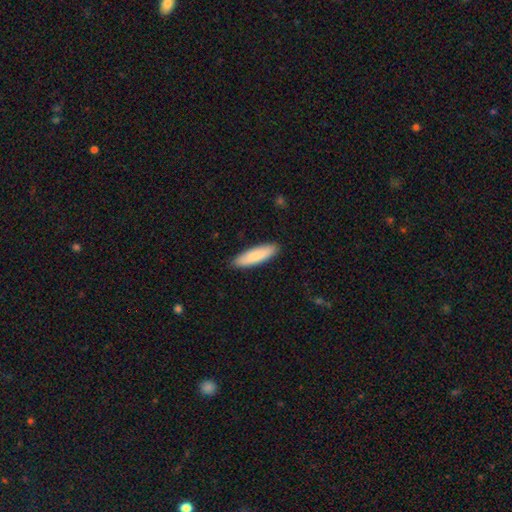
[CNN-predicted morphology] smooth 86%, featured or disk 9%, star or artifact 5%. Down the decision tree: how rounded — cigar-shaped (62%); merging — none (90%).